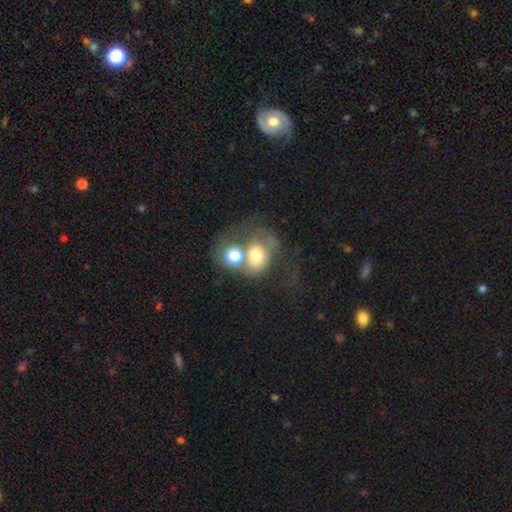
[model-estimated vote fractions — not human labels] Smooth or featured: smooth — 60% (featured or disk — 28%)
How rounded: round — 56% (in between — 43%)
Merging: merger — 50% (none — 20%)